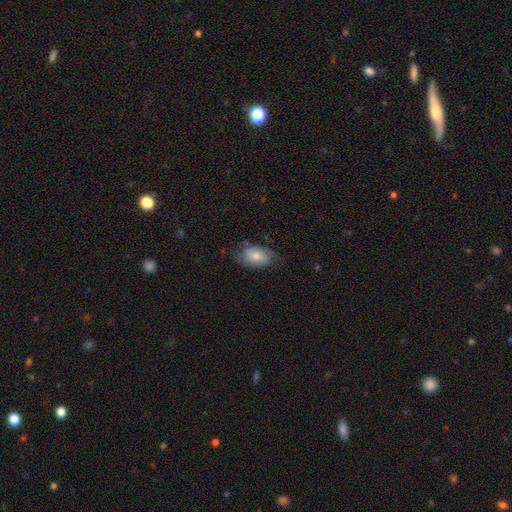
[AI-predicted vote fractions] Smooth or featured? smooth (66%)
How rounded? in between (88%)
Merging? none (63%)